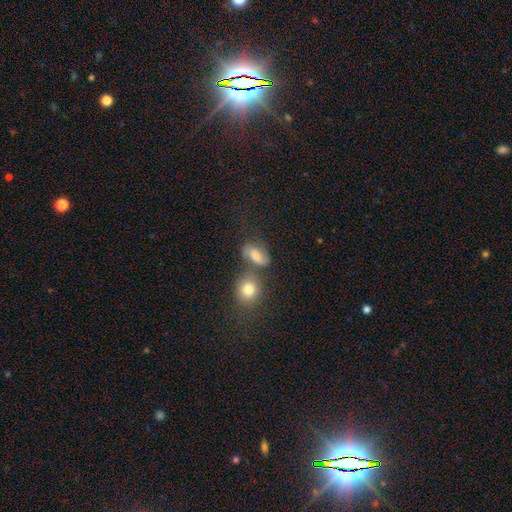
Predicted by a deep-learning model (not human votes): Smooth or featured: smooth — 60% (featured or disk — 27%)
How rounded: in between — 74% (round — 21%)
Merging: none — 48% (merger — 26%)